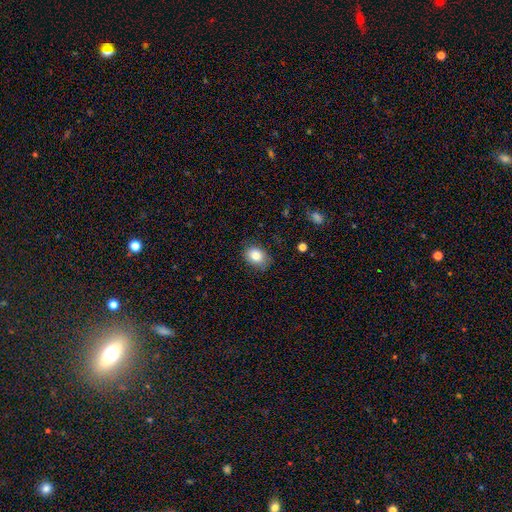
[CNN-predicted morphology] A smooth galaxy with no disk features (83%) that is in between round and cigar-shaped (63%). Merging: none (79%).